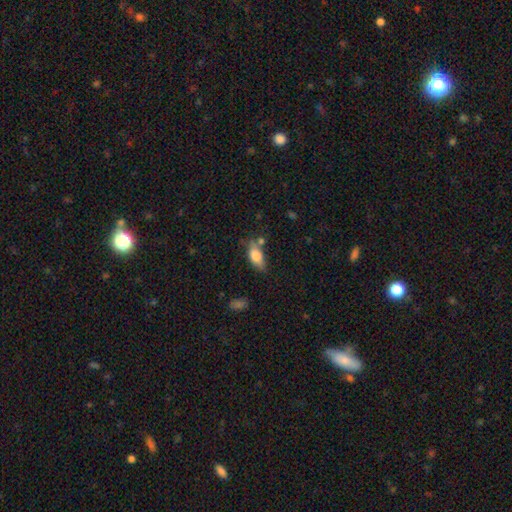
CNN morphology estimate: A smooth galaxy with no disk features (79%) that is in between round and cigar-shaped (85%). Merging: none (56%).